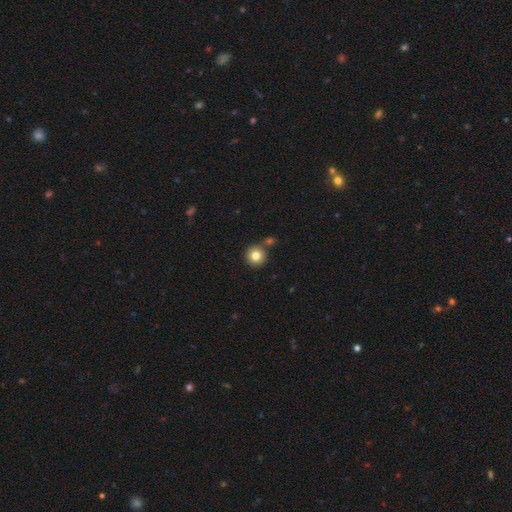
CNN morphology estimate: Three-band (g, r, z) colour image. It shows a smooth galaxy with no disk features (81%) that is round (94%). Merging: none (78%).